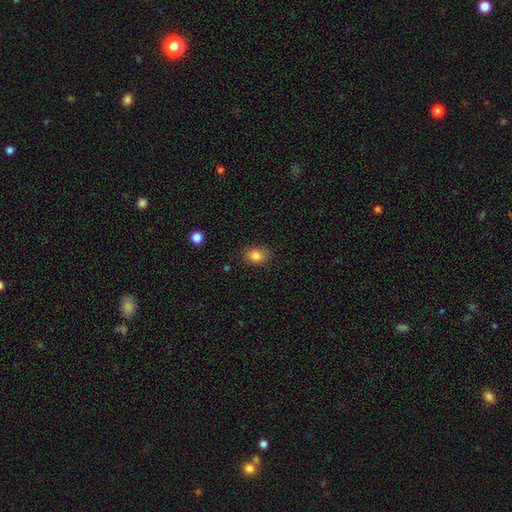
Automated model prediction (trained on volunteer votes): Smooth or featured: smooth — 84% (star or artifact — 11%)
How rounded: round — 50% (in between — 49%)
Merging: none — 83% (minor disturbance — 12%)